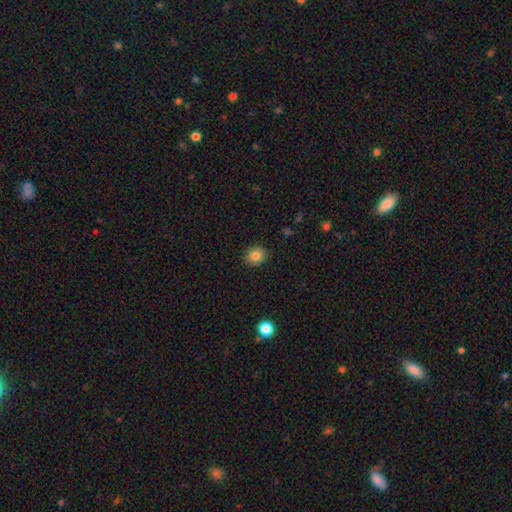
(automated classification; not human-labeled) A smooth galaxy with no disk features (83%) that is round (75%). Merging: none (90%).